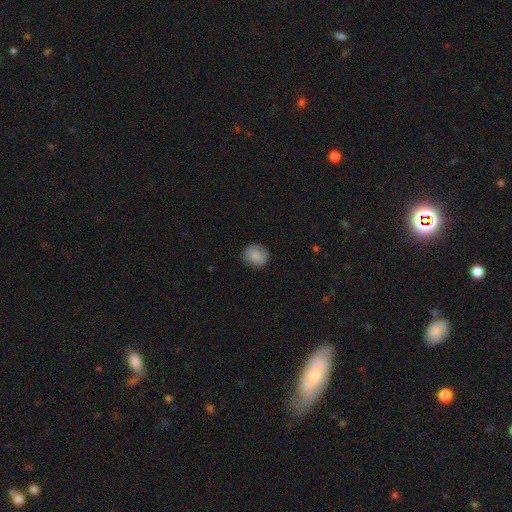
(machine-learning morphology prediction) smooth_or_featured: smooth (p=0.84) [alt: featured or disk p=0.09]
how_rounded: round (p=0.78) [alt: in between p=0.21]
merging: none (p=0.86) [alt: minor disturbance p=0.11]